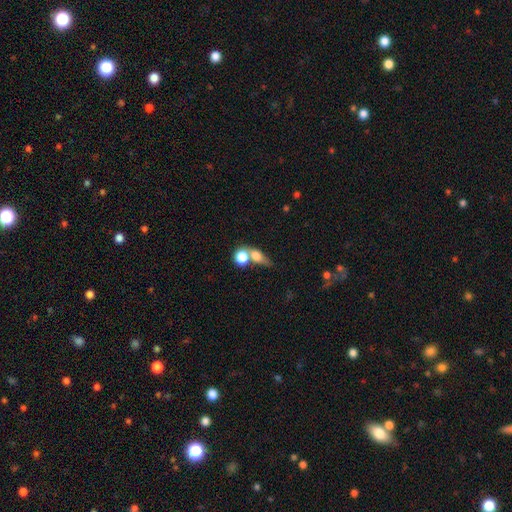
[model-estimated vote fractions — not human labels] The model was most divided on "how rounded": in between: 46%, round: 43%, cigar-shaped: 11%. Remaining: smooth or featured — smooth (70%); merging — merger (49%).